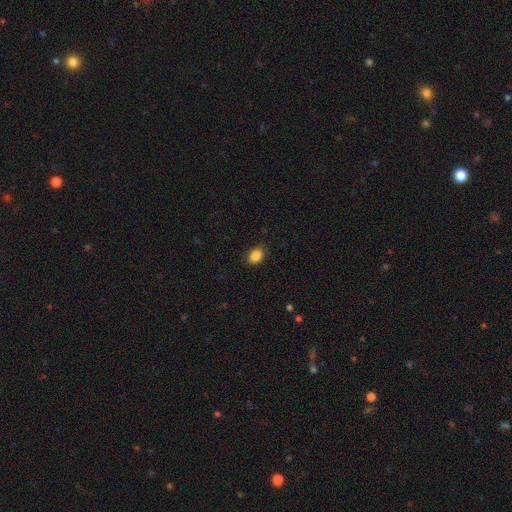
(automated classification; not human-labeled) A smooth galaxy with no disk features (87%) that is in between round and cigar-shaped (65%). Merging: none (87%).